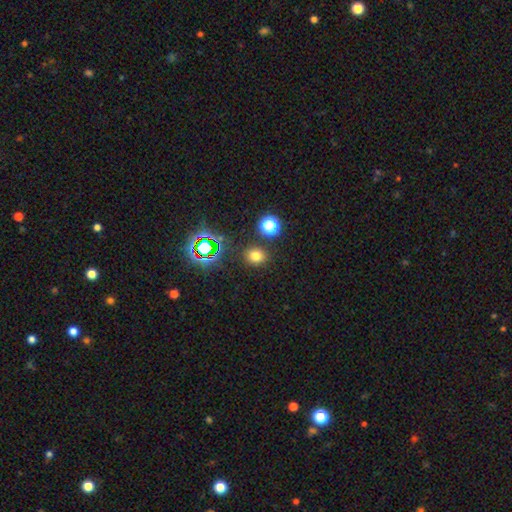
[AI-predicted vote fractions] smooth-or-featured: smooth: 71% | star or artifact: 22% | featured or disk: 7%
  how-rounded: round: 72% | in between: 26% | cigar-shaped: 1%
  merging: none: 86% | minor disturbance: 8% | merger: 4% | major disturbance: 3%